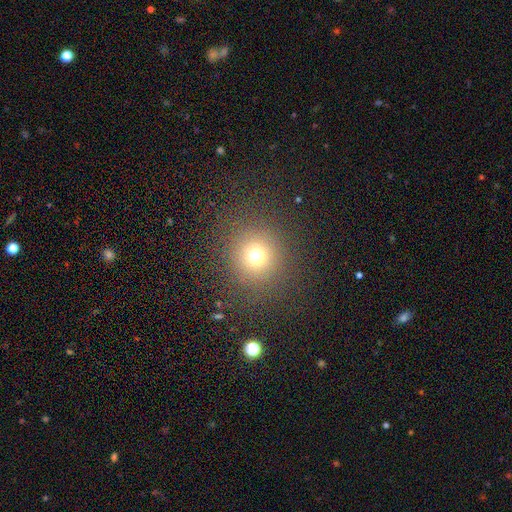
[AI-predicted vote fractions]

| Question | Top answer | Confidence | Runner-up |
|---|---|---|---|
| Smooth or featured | smooth | 70% | star or artifact (21%) |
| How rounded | round | 92% | in between (7%) |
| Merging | none | 86% | minor disturbance (7%) |